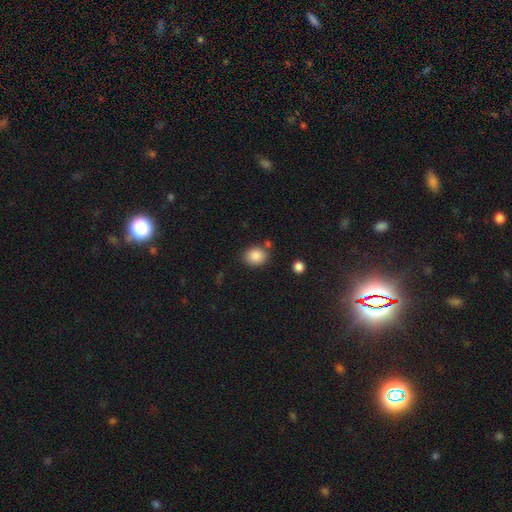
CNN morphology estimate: Overall: smooth (87%). How rounded: round (62%; in between 37%). Merging: none (77%).